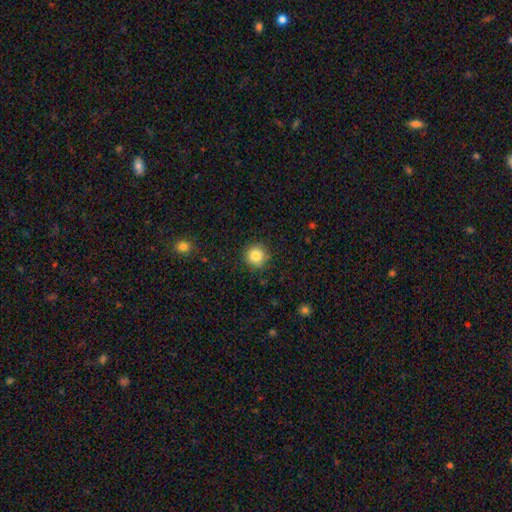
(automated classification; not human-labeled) Smooth or featured?
  - smooth: 84% *
  - star or artifact: 10%
  - featured or disk: 6%
How rounded?
  - round: 94% *
  - in between: 5%
  - cigar-shaped: 1%
Merging?
  - none: 90% *
  - minor disturbance: 7%
  - major disturbance: 2%
  - merger: 1%